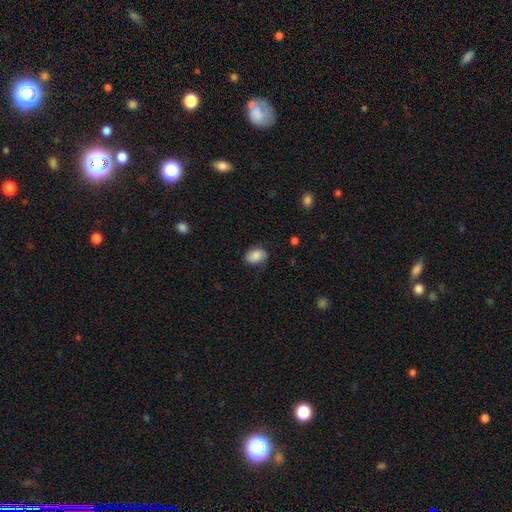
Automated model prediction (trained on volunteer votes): A smooth galaxy with no disk features (81%) that is in between round and cigar-shaped (74%).

Vote fractions:
- Smooth or featured? smooth: 81% / featured or disk: 11% / star or artifact: 8%
- How rounded? in between: 74% / round: 25% / cigar-shaped: 1%
- Merging? none: 71% / minor disturbance: 22% / major disturbance: 6% / merger: 1%